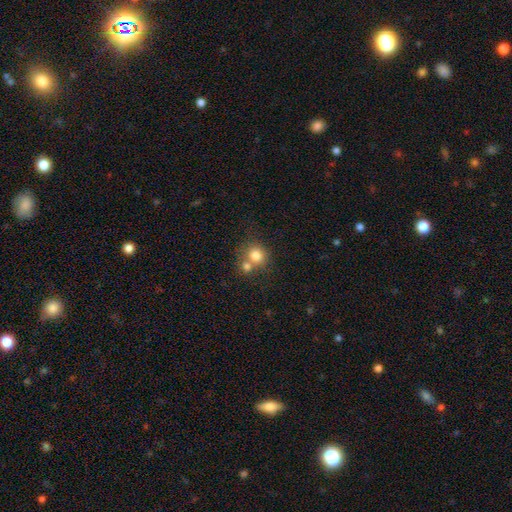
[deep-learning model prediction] Smooth or featured? Predicted: smooth (p=0.78). How rounded? Predicted: round (p=0.84). Merging? Predicted: none (p=0.45).